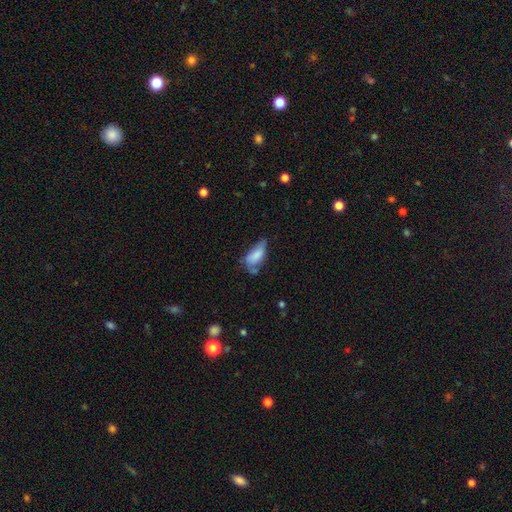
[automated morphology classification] Smooth or featured? smooth (71%)
How rounded? in between (83%)
Merging? minor disturbance (38%)